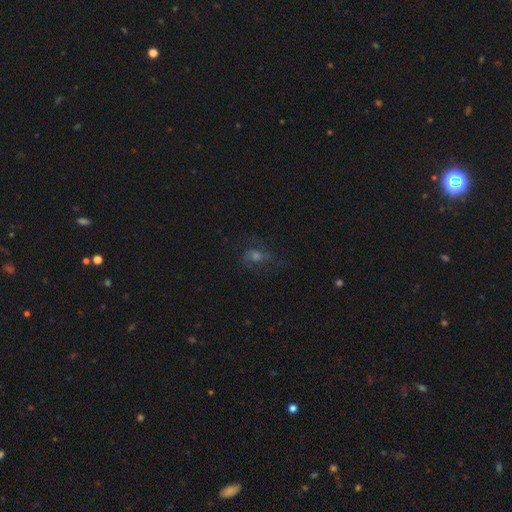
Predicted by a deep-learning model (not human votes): This is marginally a featured or disk galaxy (39%). Merging: possibly none (59%).